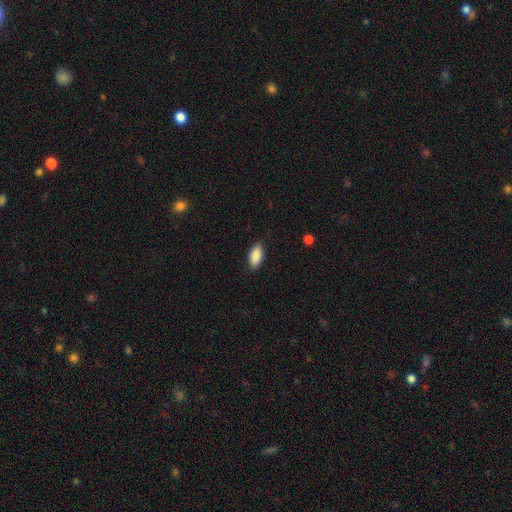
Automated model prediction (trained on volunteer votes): Smooth or featured: smooth — 90% (star or artifact — 6%)
How rounded: in between — 91% (cigar-shaped — 7%)
Merging: none — 87% (minor disturbance — 10%)